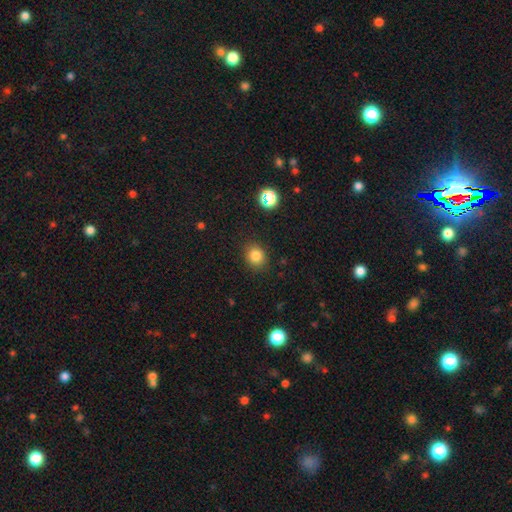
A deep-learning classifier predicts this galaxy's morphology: The model was most divided on "how rounded": round: 75%, in between: 24%, cigar-shaped: 1%. More confident: merging — none (88%); smooth or featured — smooth (82%).